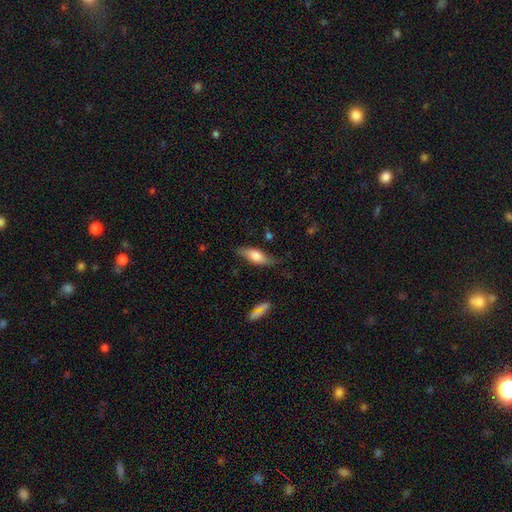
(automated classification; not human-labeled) Smooth or featured? smooth (60%)
How rounded? in between (63%)
Merging? none (72%)